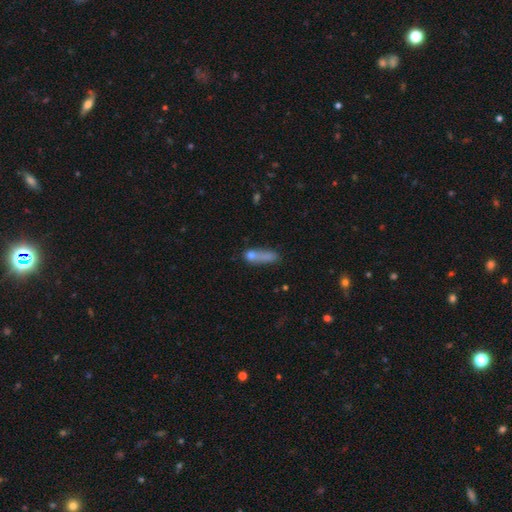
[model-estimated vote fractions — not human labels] A smooth galaxy with no disk features (67%) that is cigar-shaped (58%).

Vote fractions:
- Smooth or featured? smooth: 67% / featured or disk: 20% / star or artifact: 13%
- How rounded? cigar-shaped: 58% / in between: 33% / round: 9%
- Merging? none: 37% / merger: 24% / minor disturbance: 21% / major disturbance: 19%